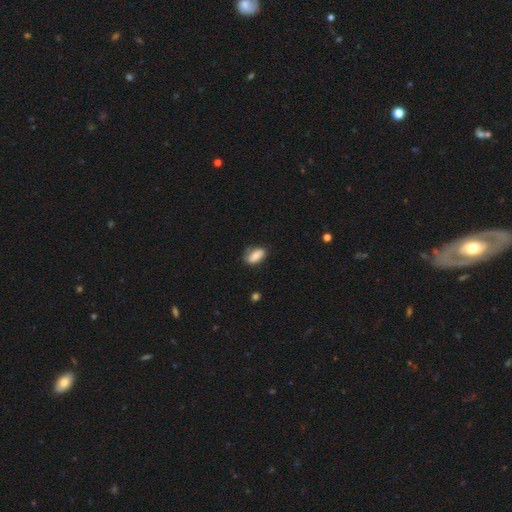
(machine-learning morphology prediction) Q: Smooth or featured?
A: smooth (78%); runner-up: featured or disk (14%)
Q: How rounded?
A: in between (89%); runner-up: cigar-shaped (6%)
Q: Merging?
A: none (67%); runner-up: minor disturbance (25%)